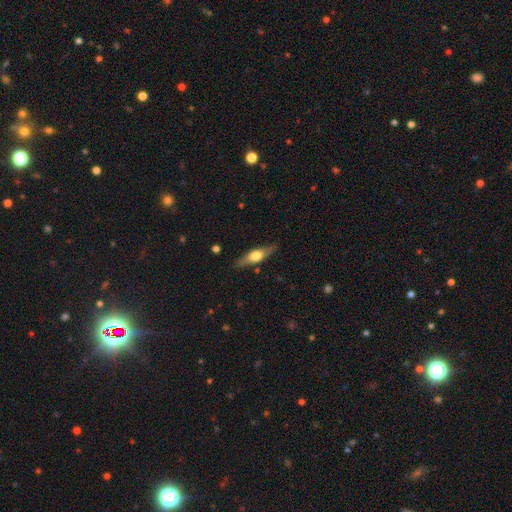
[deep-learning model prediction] Smooth or featured? featured or disk (52%)
Edge-on disk? yes (89%)
Merging? none (84%)